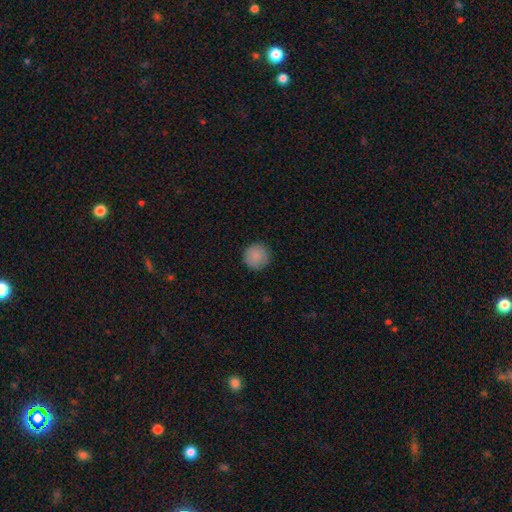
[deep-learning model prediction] Smooth or featured?
  - smooth: 88% *
  - star or artifact: 7%
  - featured or disk: 5%
How rounded?
  - round: 95% *
  - in between: 4%
  - cigar-shaped: 1%
Merging?
  - none: 89% *
  - minor disturbance: 8%
  - major disturbance: 2%
  - merger: 1%